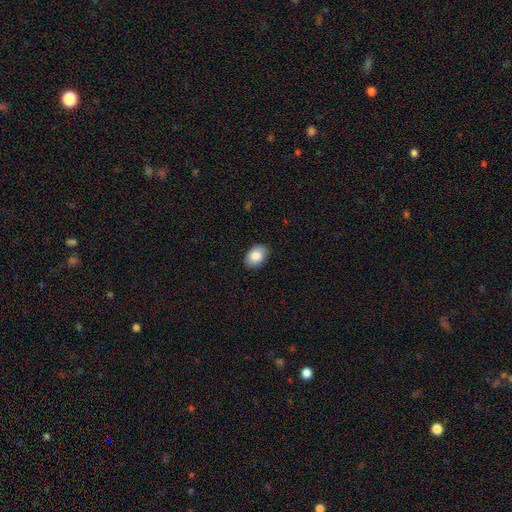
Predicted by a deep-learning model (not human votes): Smooth or featured?
  - smooth: 86% *
  - star or artifact: 7%
  - featured or disk: 7%
How rounded?
  - in between: 82% *
  - round: 17%
  - cigar-shaped: 1%
Merging?
  - none: 87% *
  - minor disturbance: 10%
  - major disturbance: 2%
  - merger: 1%